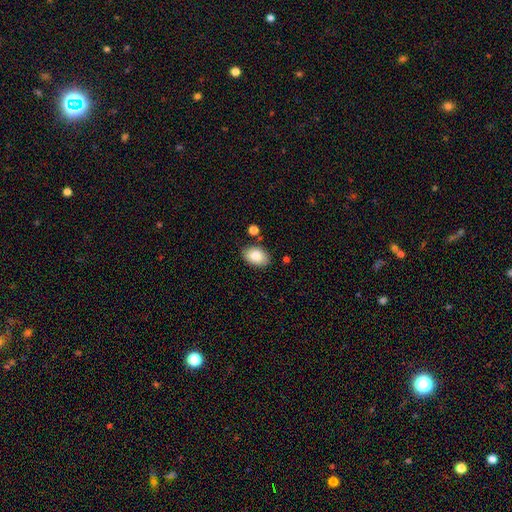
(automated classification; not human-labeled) Smooth or featured? smooth (85%)
How rounded? in between (88%)
Merging? none (82%)